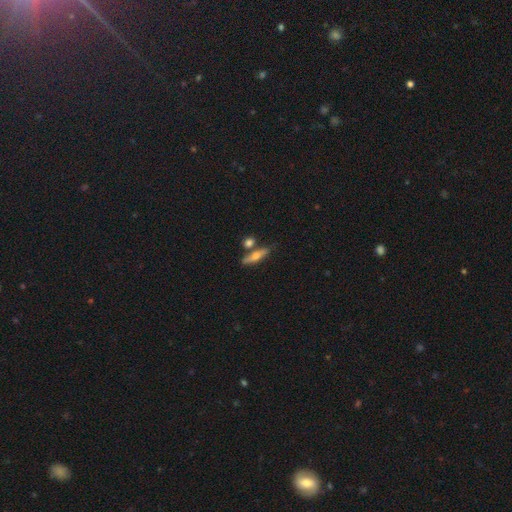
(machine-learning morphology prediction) smooth 55%, featured or disk 37%, star or artifact 7%. Down the decision tree: how rounded — cigar-shaped (67%); merging — none (67%).